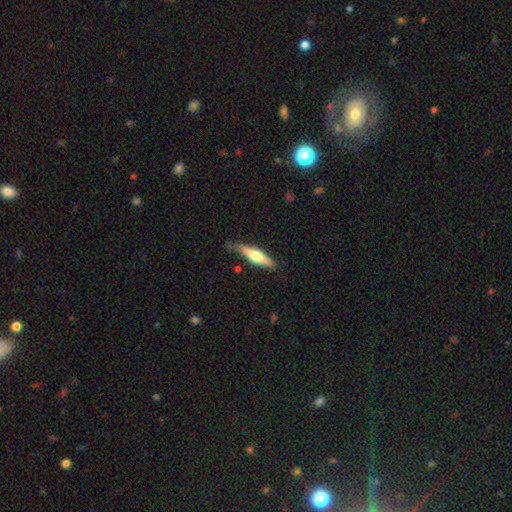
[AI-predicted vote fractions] Smooth or featured?
  - smooth: 49% *
  - featured or disk: 46%
  - star or artifact: 5%
Merging?
  - none: 71% *
  - minor disturbance: 22%
  - major disturbance: 5%
  - merger: 3%